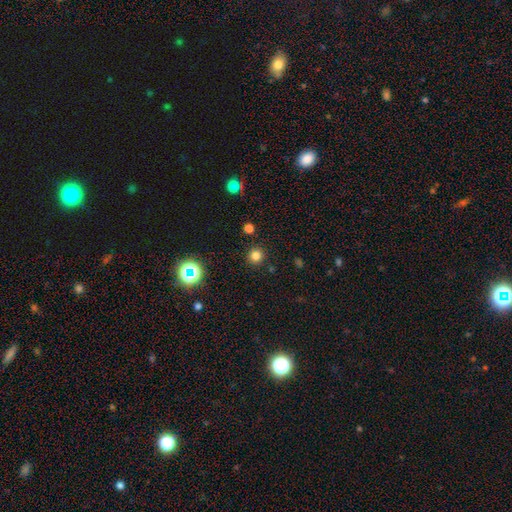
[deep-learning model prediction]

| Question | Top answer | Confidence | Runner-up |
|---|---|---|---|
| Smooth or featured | smooth | 78% | star or artifact (17%) |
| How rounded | round | 95% | in between (4%) |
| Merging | none | 90% | minor disturbance (5%) |